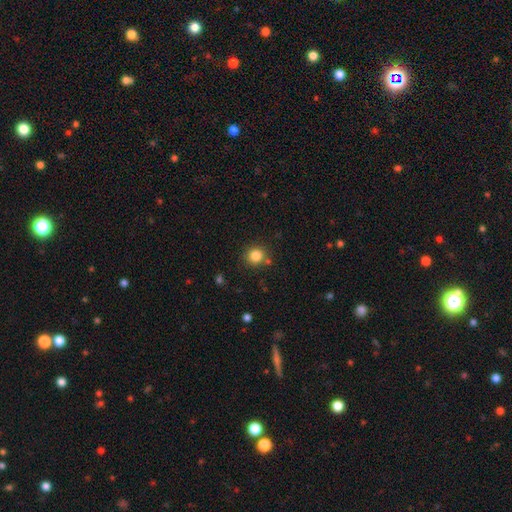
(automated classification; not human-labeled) This is clearly a smooth galaxy (83%). How rounded: clearly round (89%). Merging: clearly none (82%).